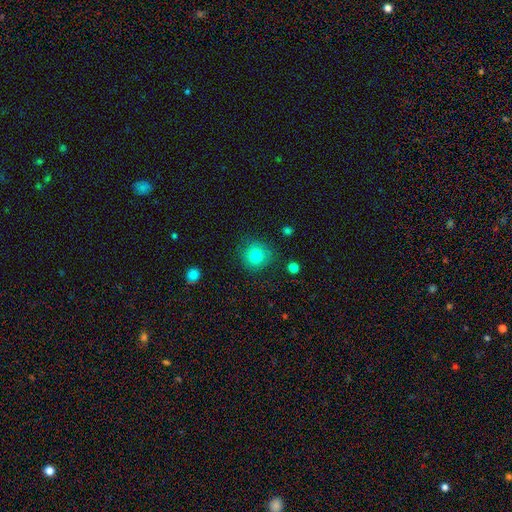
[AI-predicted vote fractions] The model was most divided on "smooth or featured": smooth: 82%, star or artifact: 11%, featured or disk: 7%. More confident: how rounded — round (92%); merging — none (84%).